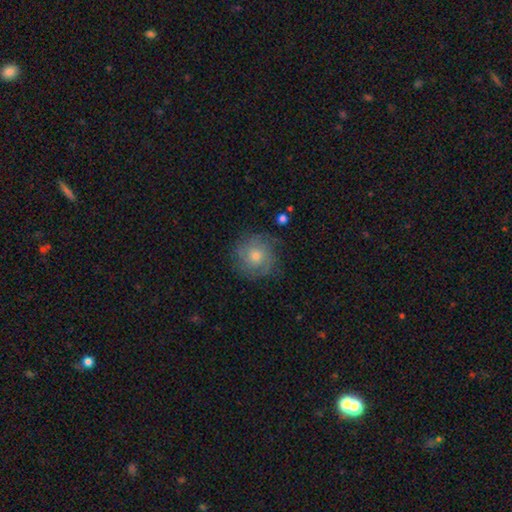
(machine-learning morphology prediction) Q: Smooth or featured?
A: featured or disk (53%); runner-up: smooth (36%)
Q: Edge-on disk?
A: no (97%); runner-up: yes (3%)
Q: Bar?
A: no (84%); runner-up: weak (14%)
Q: Spiral arms?
A: yes (81%); runner-up: no (19%)
Q: Bulge size?
A: moderate (59%); runner-up: small (34%)
Q: Merging?
A: none (78%); runner-up: minor disturbance (15%)